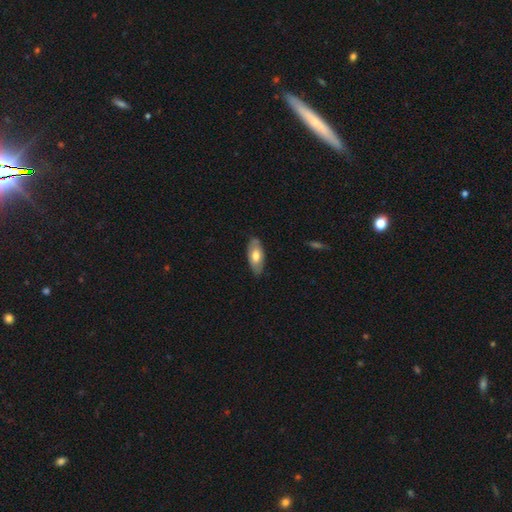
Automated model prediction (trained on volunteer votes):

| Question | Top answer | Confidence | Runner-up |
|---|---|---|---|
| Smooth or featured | smooth | 62% | featured or disk (32%) |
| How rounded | in between | 88% | cigar-shaped (10%) |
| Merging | none | 80% | minor disturbance (16%) |